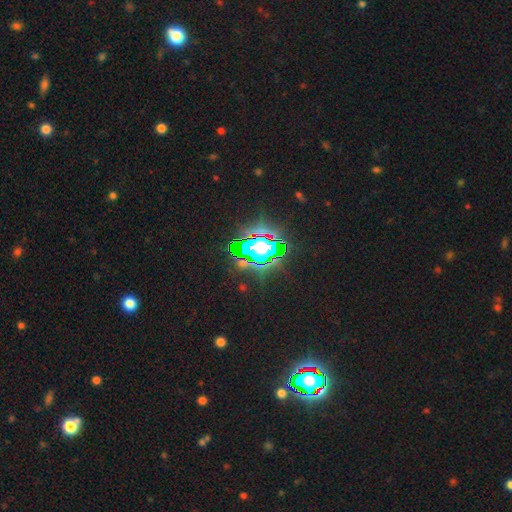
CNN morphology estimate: Smooth or featured: star or artifact — 80% (smooth — 11%)